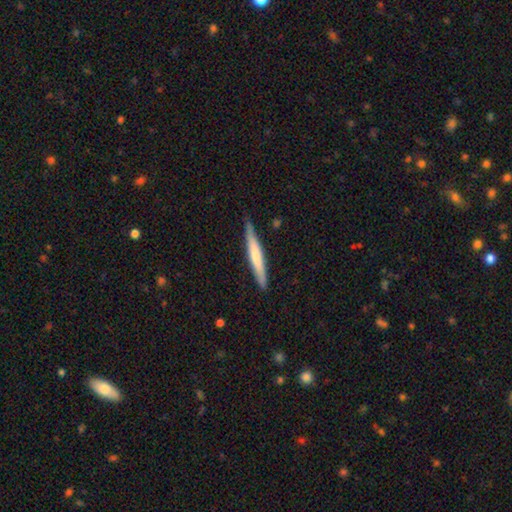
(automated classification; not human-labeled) This is possibly a smooth galaxy (56%). How rounded: clearly cigar-shaped (95%). Merging: clearly none (84%).